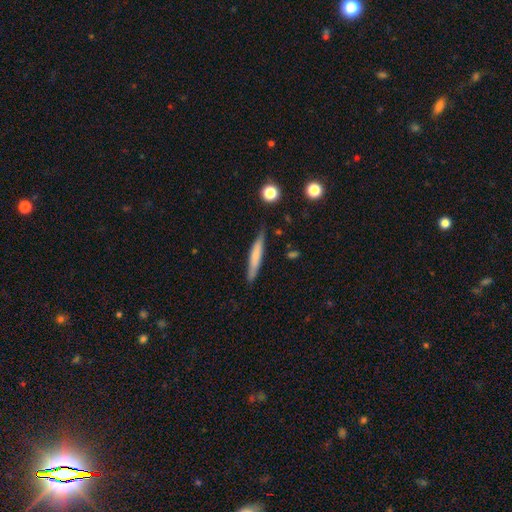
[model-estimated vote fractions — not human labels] This appears to be a smooth galaxy with no disk features (66%) that is cigar-shaped (92%). Merging: none (83%).